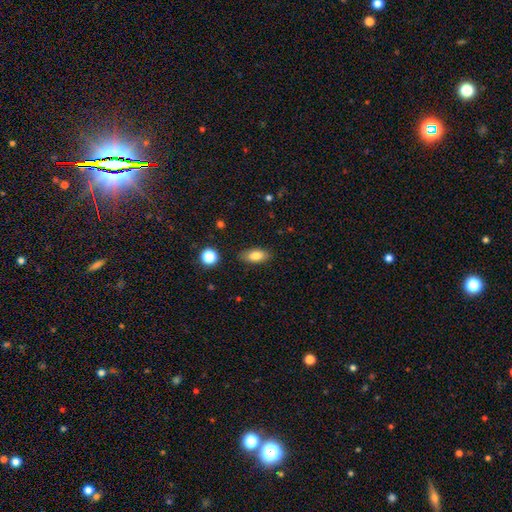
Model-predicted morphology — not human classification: A smooth galaxy with no disk features (83%) that is in between round and cigar-shaped (86%).

Vote fractions:
- Smooth or featured? smooth: 83% / featured or disk: 9% / star or artifact: 8%
- How rounded? in between: 86% / cigar-shaped: 10% / round: 4%
- Merging? none: 86% / minor disturbance: 10% / major disturbance: 3% / merger: 1%